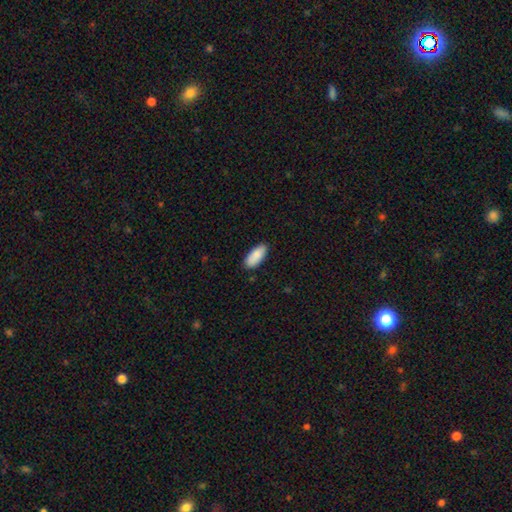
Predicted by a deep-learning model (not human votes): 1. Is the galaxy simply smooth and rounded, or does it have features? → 88% smooth, 6% featured or disk, 6% star or artifact.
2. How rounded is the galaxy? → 86% in between, 12% cigar-shaped, 2% round.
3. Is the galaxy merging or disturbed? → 86% none, 11% minor disturbance, 2% major disturbance, 1% merger.